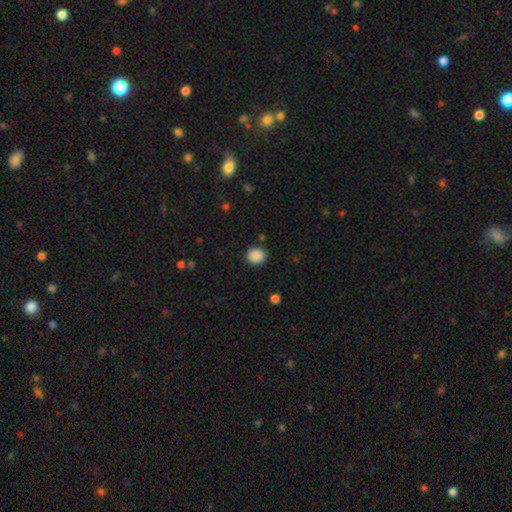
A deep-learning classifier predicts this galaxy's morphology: Q: Smooth or featured?
A: smooth (88%); runner-up: star or artifact (9%)
Q: How rounded?
A: round (82%); runner-up: in between (17%)
Q: Merging?
A: none (87%); runner-up: minor disturbance (9%)